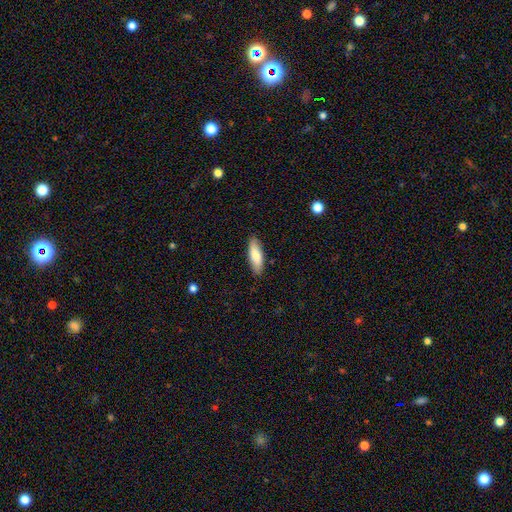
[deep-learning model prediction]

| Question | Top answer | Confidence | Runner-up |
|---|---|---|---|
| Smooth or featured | smooth | 79% | featured or disk (15%) |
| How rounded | in between | 57% | cigar-shaped (41%) |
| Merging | none | 87% | minor disturbance (10%) |